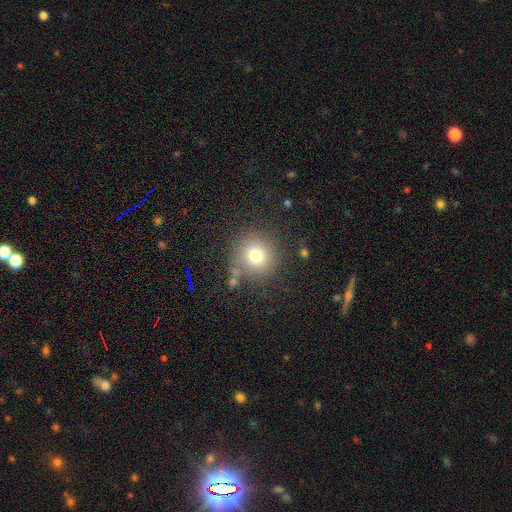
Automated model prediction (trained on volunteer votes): This is likely a smooth galaxy (75%). How rounded: clearly round (94%). Merging: clearly none (81%).